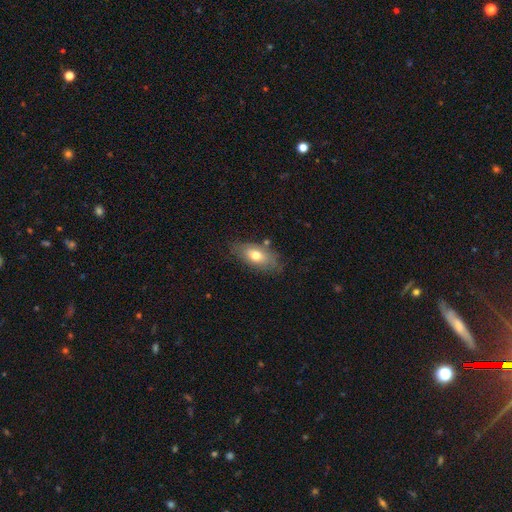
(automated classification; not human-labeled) This appears to be a smooth galaxy with no disk features (68%) that is in between round and cigar-shaped (87%). Merging: none (72%).